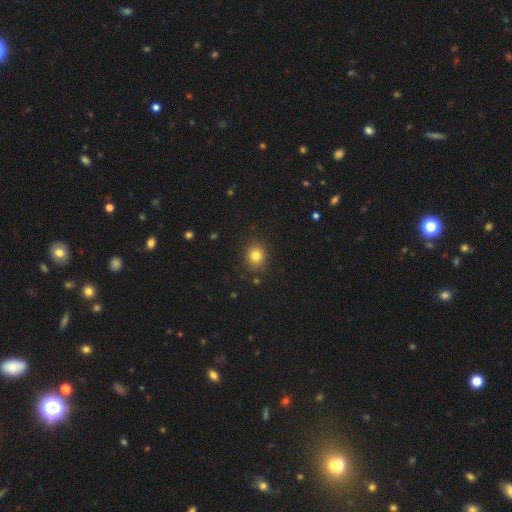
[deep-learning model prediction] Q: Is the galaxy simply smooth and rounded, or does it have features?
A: smooth — 81%.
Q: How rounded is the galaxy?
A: round — 76%.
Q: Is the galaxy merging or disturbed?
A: none — 88%.